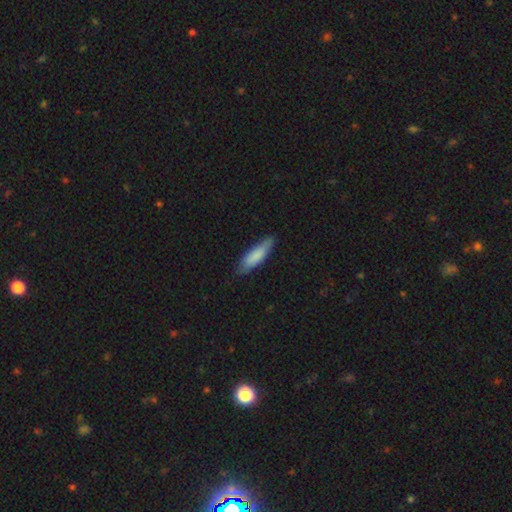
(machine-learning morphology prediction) A smooth galaxy with no disk features (80%) that is cigar-shaped (63%). Merging: none (77%).